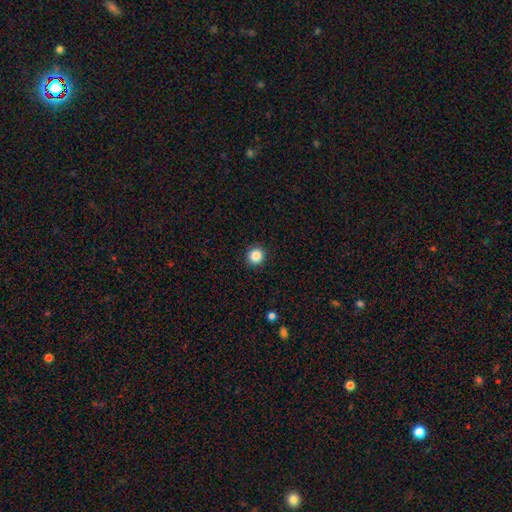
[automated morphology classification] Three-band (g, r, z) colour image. It shows a smooth galaxy with no disk features (86%) that is round (93%). Merging: none (93%).